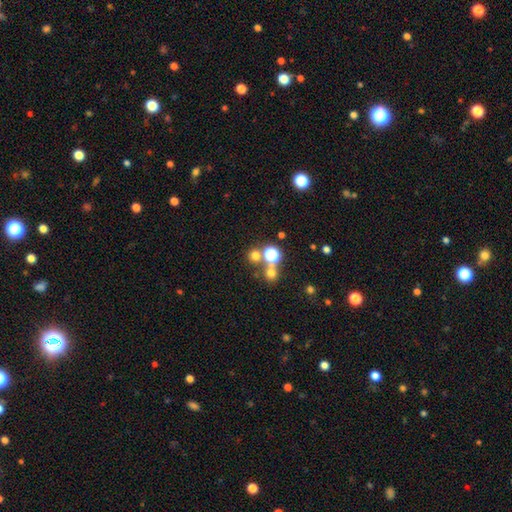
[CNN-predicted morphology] The model was most divided on "smooth or featured": smooth: 66%, star or artifact: 26%, featured or disk: 9%. More confident: how rounded — round (89%); merging — none (66%).